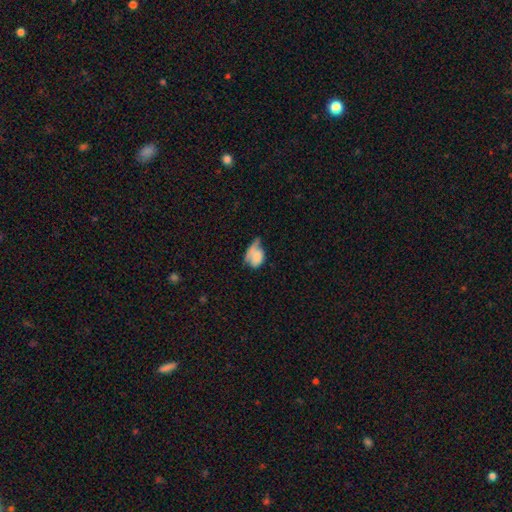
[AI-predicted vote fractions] Smooth or featured? Predicted: smooth (p=0.66). How rounded? Predicted: in between (p=0.69). Merging? Predicted: major disturbance (p=0.29).